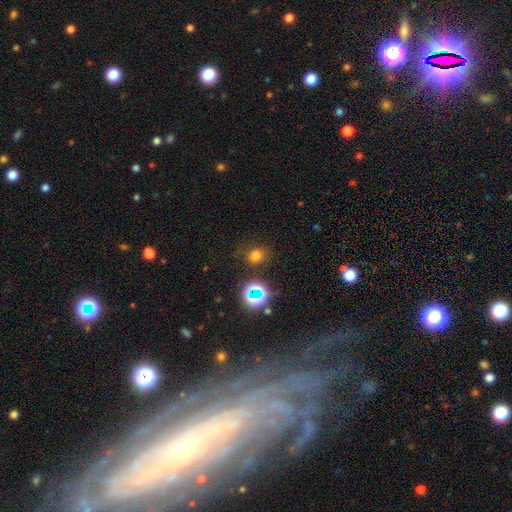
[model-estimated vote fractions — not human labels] This is likely a smooth galaxy (69%). How rounded: likely round (71%). Merging: clearly none (81%).